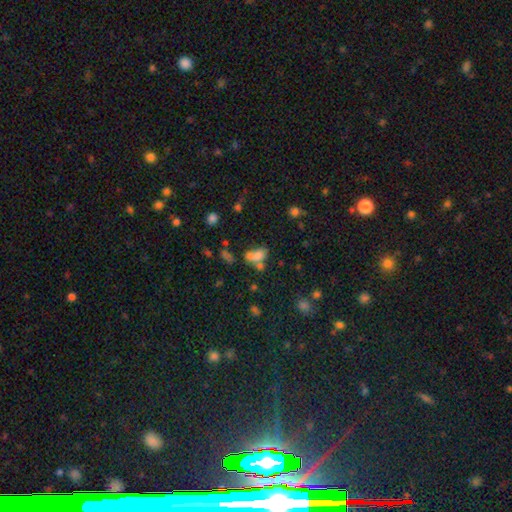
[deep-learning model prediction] The model was most divided on "merging": merger: 51%, none: 27%, minor disturbance: 13%, major disturbance: 10%. More confident: how rounded — in between (75%); smooth or featured — smooth (66%).